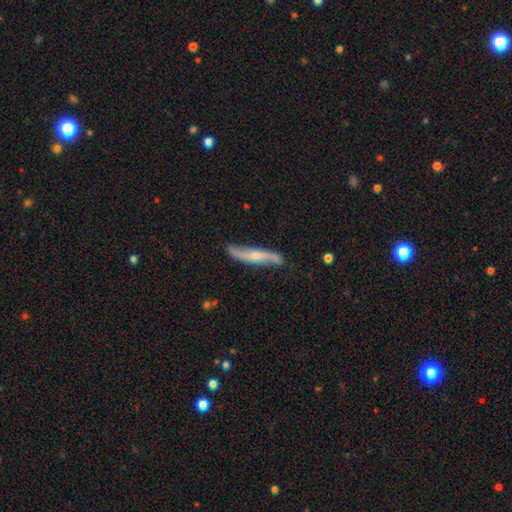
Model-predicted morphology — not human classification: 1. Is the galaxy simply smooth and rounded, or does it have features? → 76% featured or disk, 19% smooth, 5% star or artifact.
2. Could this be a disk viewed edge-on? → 65% no, 35% yes.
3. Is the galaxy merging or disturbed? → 76% none, 18% minor disturbance, 4% major disturbance, 2% merger.